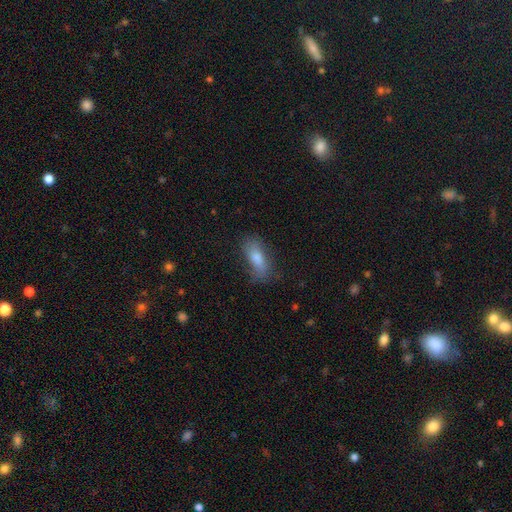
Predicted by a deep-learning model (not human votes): A smooth galaxy with no disk features (71%) that is in between round and cigar-shaped (71%). Merging: none (67%).